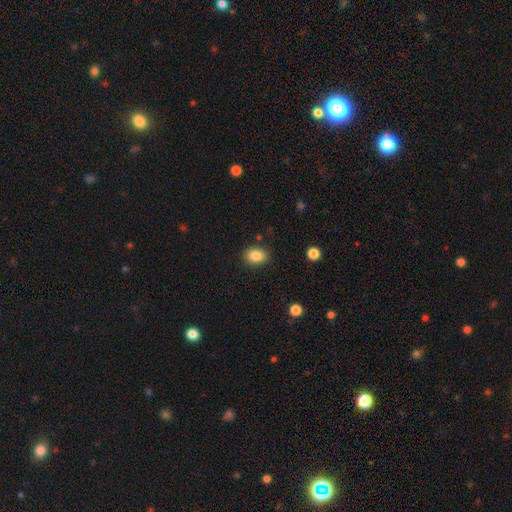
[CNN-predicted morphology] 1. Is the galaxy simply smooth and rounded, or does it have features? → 85% smooth, 9% star or artifact, 6% featured or disk.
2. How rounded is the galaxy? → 67% in between, 32% round, 1% cigar-shaped.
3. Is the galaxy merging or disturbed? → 86% none, 9% minor disturbance, 3% major disturbance, 2% merger.